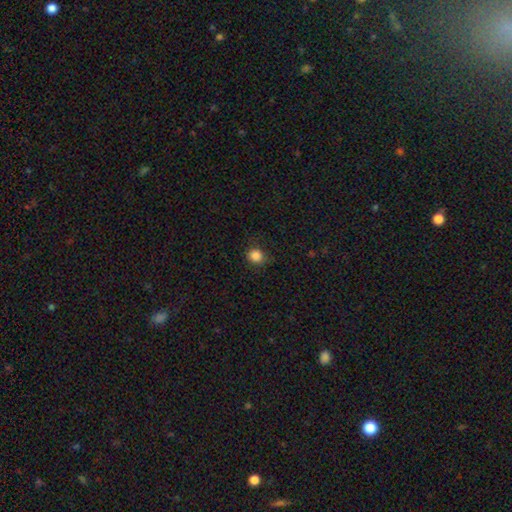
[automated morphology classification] The model was most divided on "how rounded": round: 77%, in between: 22%, cigar-shaped: 1%. More confident: smooth or featured — smooth (85%); merging — none (81%).